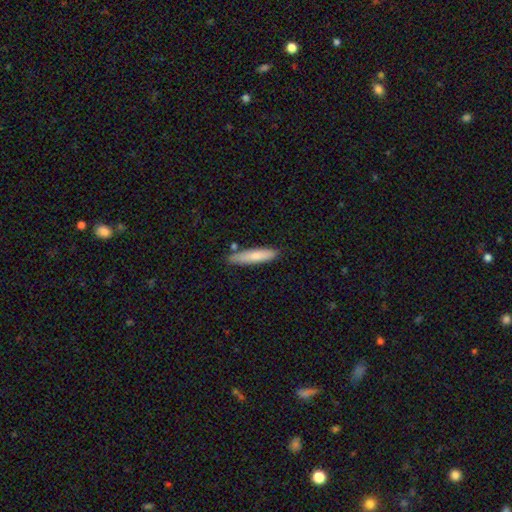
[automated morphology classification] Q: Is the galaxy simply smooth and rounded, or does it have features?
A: smooth — 78%.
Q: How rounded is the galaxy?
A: cigar-shaped — 84%.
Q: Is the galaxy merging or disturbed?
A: none — 81%.